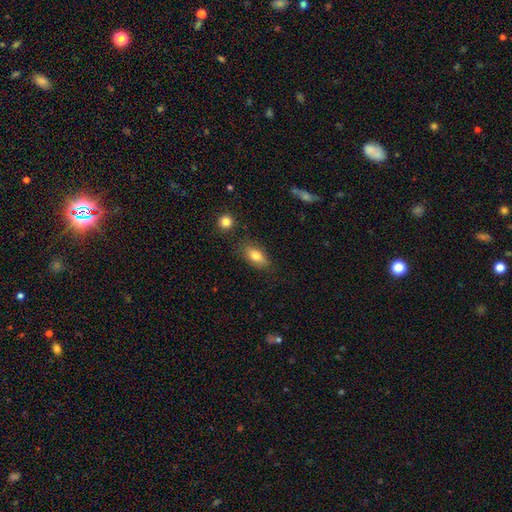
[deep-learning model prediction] Morphology: type=smooth (79%); roundness=in between (85%); merging=none (76%).